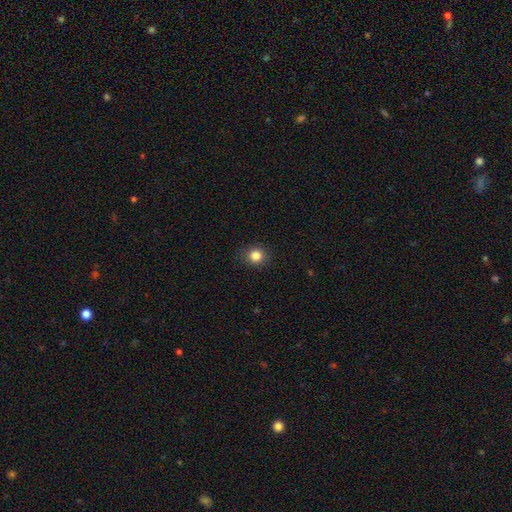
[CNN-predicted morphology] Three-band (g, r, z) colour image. It shows a smooth galaxy with no disk features (84%) that is round (85%). Merging: none (89%).